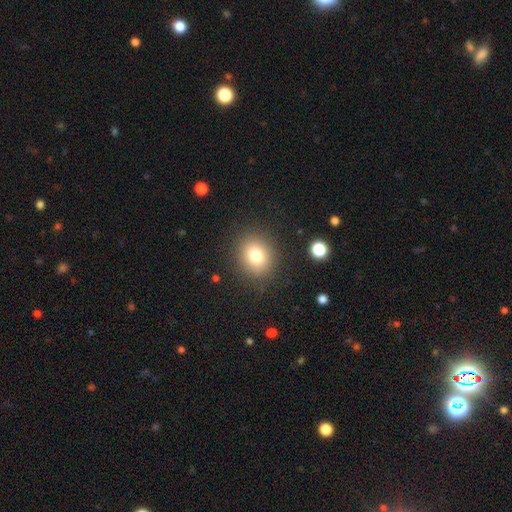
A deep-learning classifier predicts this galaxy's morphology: type=smooth (78%); roundness=round (72%); merging=none (86%).